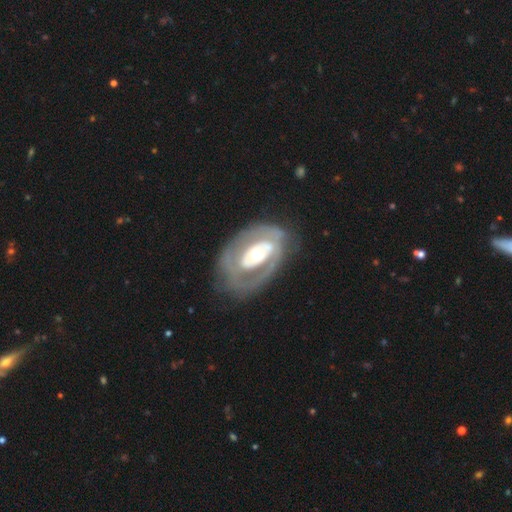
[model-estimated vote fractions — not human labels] Smooth or featured? Predicted: featured or disk (p=0.77). Edge-on disk? Predicted: no (p=0.94). Bar? Predicted: no (p=0.57). Spiral arms? Predicted: yes (p=0.51). Bulge size? Predicted: moderate (p=0.63). Merging? Predicted: none (p=0.65).